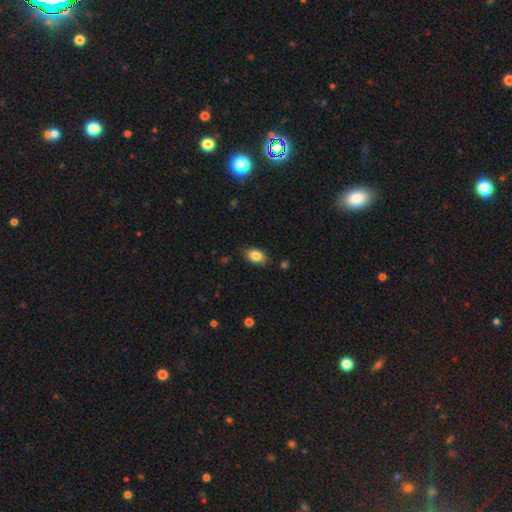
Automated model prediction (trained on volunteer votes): This appears to be a smooth galaxy with no disk features (85%) that is in between round and cigar-shaped (88%). Merging: none (81%).